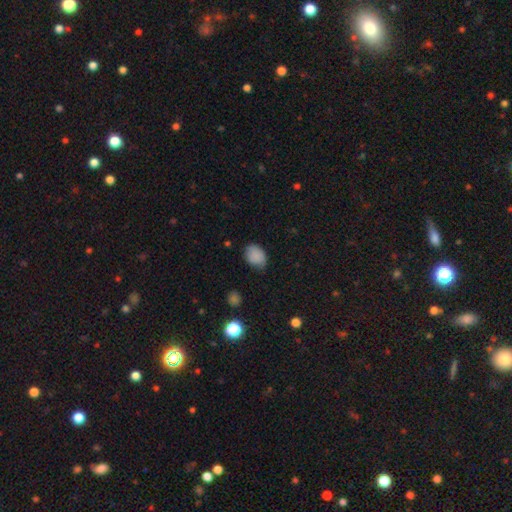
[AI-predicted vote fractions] Smooth or featured?
  - smooth: 86% *
  - star or artifact: 9%
  - featured or disk: 5%
How rounded?
  - in between: 65% *
  - round: 34%
  - cigar-shaped: 1%
Merging?
  - none: 68% *
  - minor disturbance: 26%
  - major disturbance: 5%
  - merger: 1%